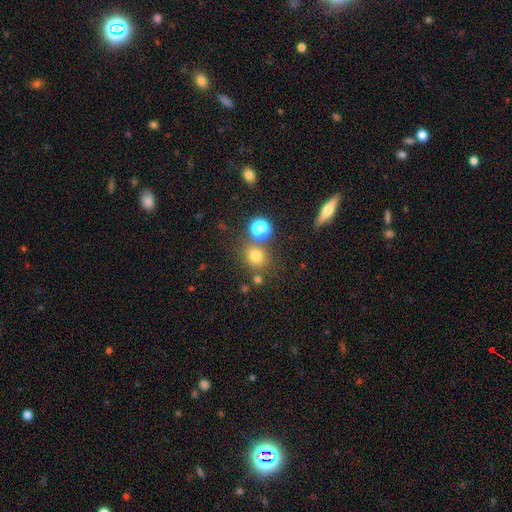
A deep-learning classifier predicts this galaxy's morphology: The model was most divided on "how rounded": round: 76%, in between: 23%, cigar-shaped: 1%. More confident: smooth or featured — smooth (74%); merging — none (72%).